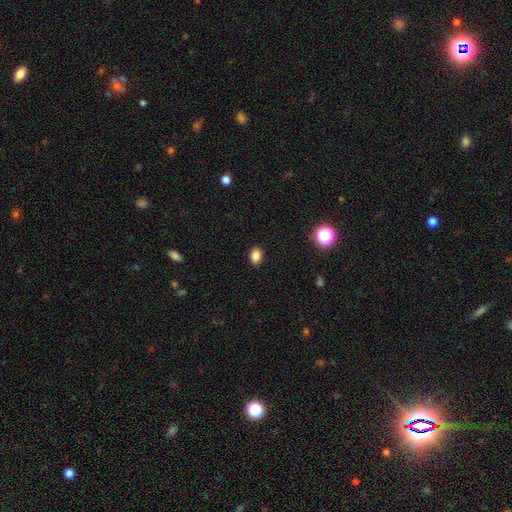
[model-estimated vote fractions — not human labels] Smooth or featured?
  - smooth: 85% *
  - star or artifact: 11%
  - featured or disk: 4%
How rounded?
  - in between: 81% *
  - round: 18%
  - cigar-shaped: 1%
Merging?
  - none: 89% *
  - minor disturbance: 8%
  - major disturbance: 2%
  - merger: 1%